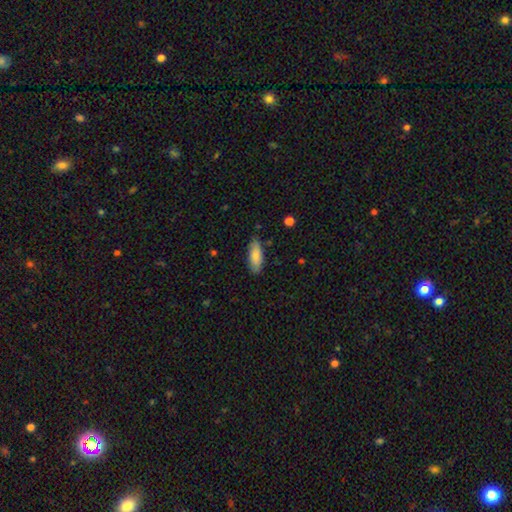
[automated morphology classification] Smooth or featured?
  - smooth: 81% *
  - featured or disk: 13%
  - star or artifact: 6%
How rounded?
  - in between: 70% *
  - cigar-shaped: 28%
  - round: 2%
Merging?
  - none: 81% *
  - minor disturbance: 15%
  - major disturbance: 3%
  - merger: 2%